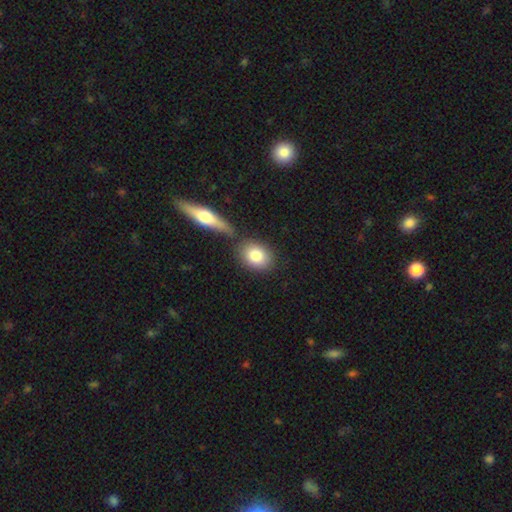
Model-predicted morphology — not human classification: smooth_or_featured: smooth (p=0.82) [alt: featured or disk p=0.11]
how_rounded: in between (p=0.59) [alt: round p=0.38]
merging: none (p=0.66) [alt: merger p=0.19]